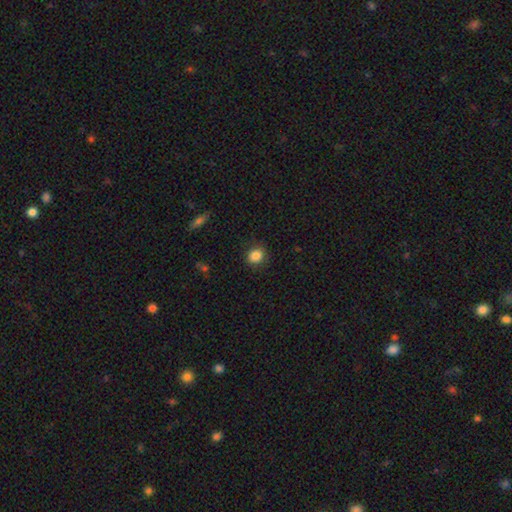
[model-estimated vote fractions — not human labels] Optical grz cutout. It shows a smooth galaxy with no disk features (85%) that is round (74%). Merging: none (85%).